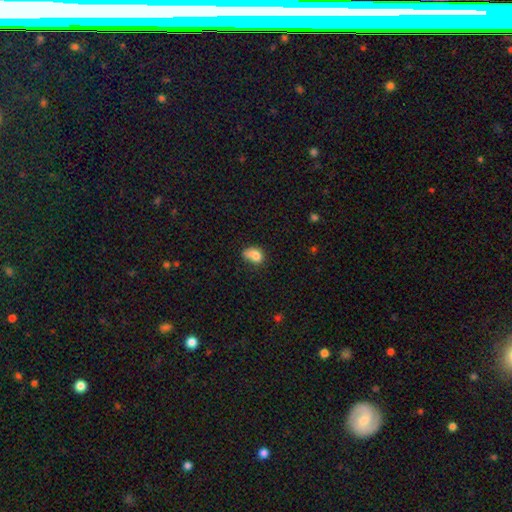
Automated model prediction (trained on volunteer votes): This appears to be a smooth galaxy with no disk features (79%) that is in between round and cigar-shaped (70%). Merging: none (38%).